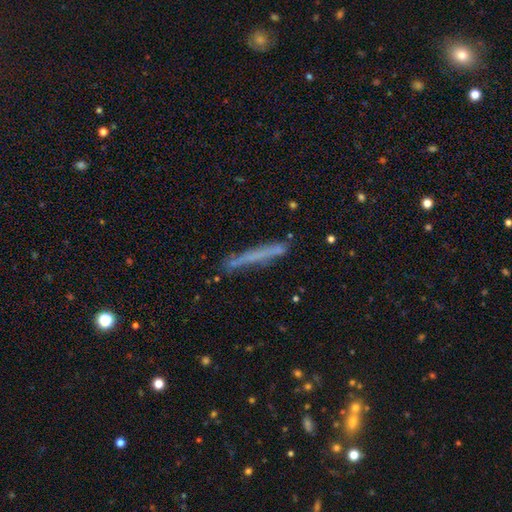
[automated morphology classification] Smooth or featured?
  - smooth: 55% *
  - featured or disk: 35%
  - star or artifact: 11%
How rounded?
  - cigar-shaped: 96% *
  - in between: 3%
  - round: 2%
Merging?
  - none: 76% *
  - minor disturbance: 17%
  - major disturbance: 4%
  - merger: 3%